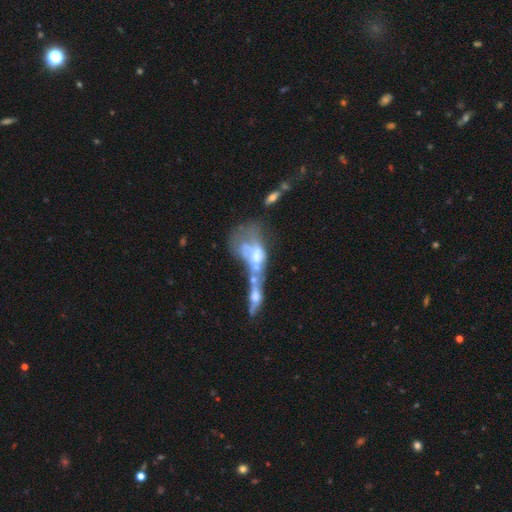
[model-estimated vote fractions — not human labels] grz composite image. It shows a featured or disk galaxy (59%) with no bar (83%), no spiral arms (88%) and no central bulge (36%). Merging: merger (63%).